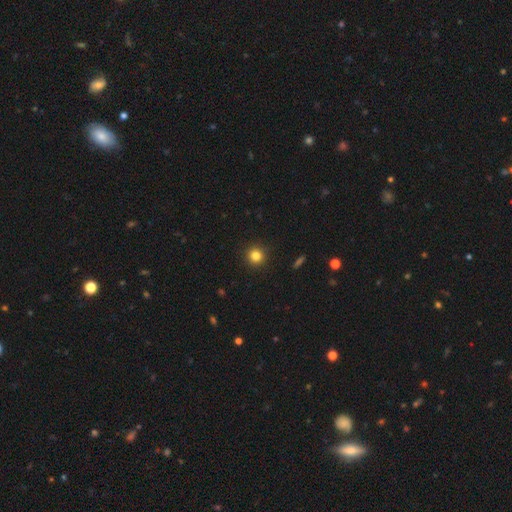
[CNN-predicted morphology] smooth-or-featured: smooth: 82% | star or artifact: 12% | featured or disk: 6%
  how-rounded: round: 95% | in between: 4% | cigar-shaped: 1%
  merging: none: 93% | minor disturbance: 5% | major disturbance: 2% | merger: 1%